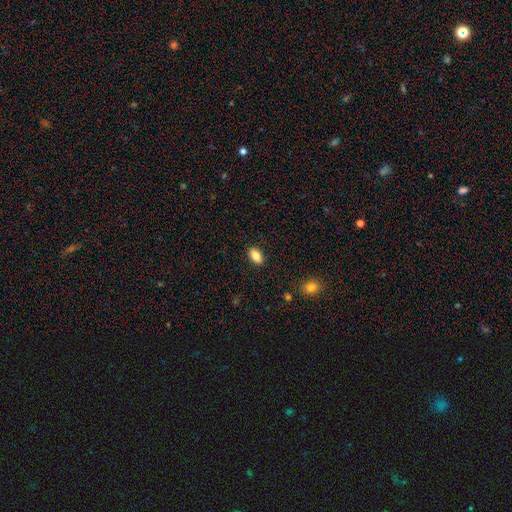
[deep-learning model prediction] Smooth or featured? Predicted: smooth (p=0.86). How rounded? Predicted: in between (p=0.90). Merging? Predicted: none (p=0.88).